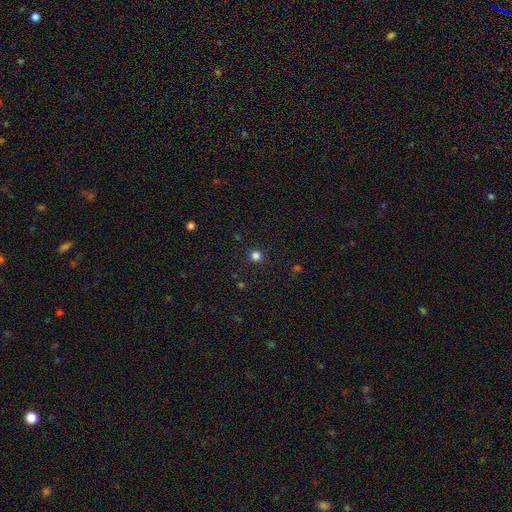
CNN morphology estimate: type=smooth (82%); roundness=round (95%); merging=none (92%).